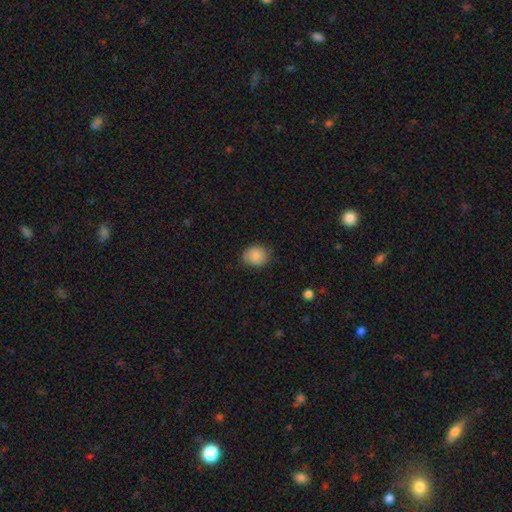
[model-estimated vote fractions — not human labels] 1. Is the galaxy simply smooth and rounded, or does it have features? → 86% smooth, 8% star or artifact, 6% featured or disk.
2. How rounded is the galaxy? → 64% round, 35% in between, 1% cigar-shaped.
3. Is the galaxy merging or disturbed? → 77% none, 19% minor disturbance, 4% major disturbance, 1% merger.